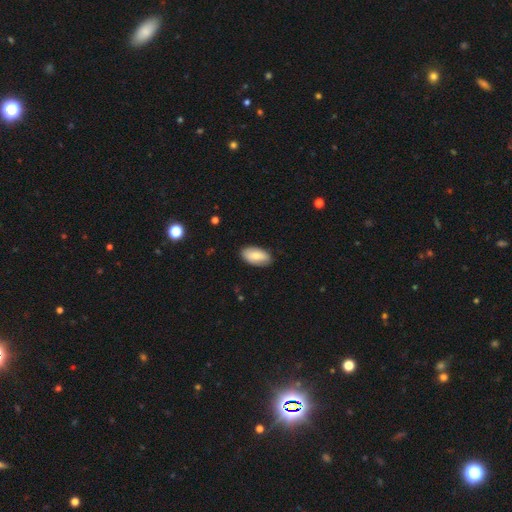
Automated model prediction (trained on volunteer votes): A smooth galaxy with no disk features (73%) that is in between round and cigar-shaped (95%).

Vote fractions:
- Smooth or featured? smooth: 73% / featured or disk: 21% / star or artifact: 6%
- How rounded? in between: 95% / round: 3% / cigar-shaped: 2%
- Merging? none: 85% / minor disturbance: 12% / major disturbance: 2% / merger: 1%